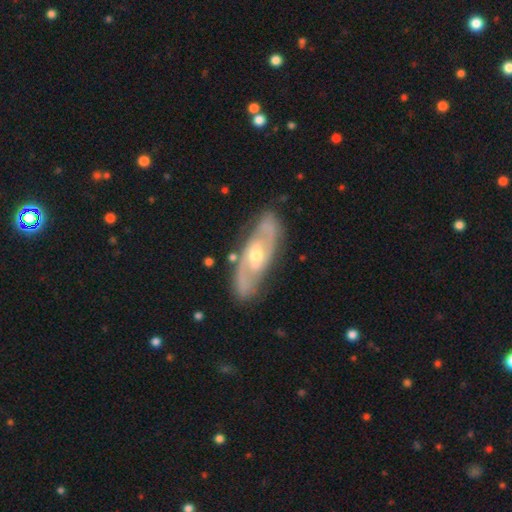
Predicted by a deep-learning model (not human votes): Morphology: type=featured or disk (83%); edge-on=no (90%); bar=no (46%); spiral arms=yes (89%); winding=medium (47%); arm count=2 (85%); bulge=moderate (64%); merging=none (83%).